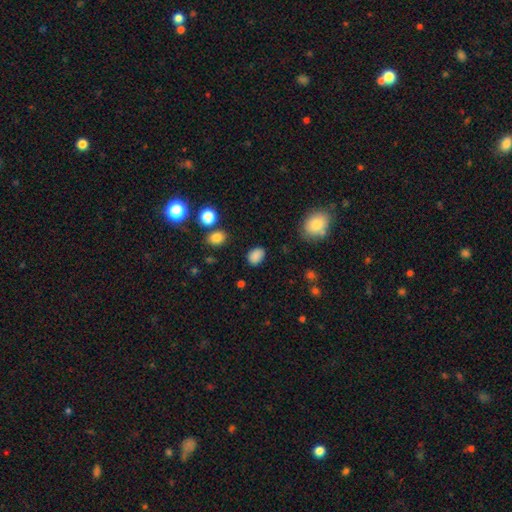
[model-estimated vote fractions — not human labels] smooth-or-featured: smooth: 85% | star or artifact: 10% | featured or disk: 4%
  how-rounded: in between: 77% | round: 22% | cigar-shaped: 1%
  merging: none: 83% | minor disturbance: 12% | major disturbance: 3% | merger: 2%